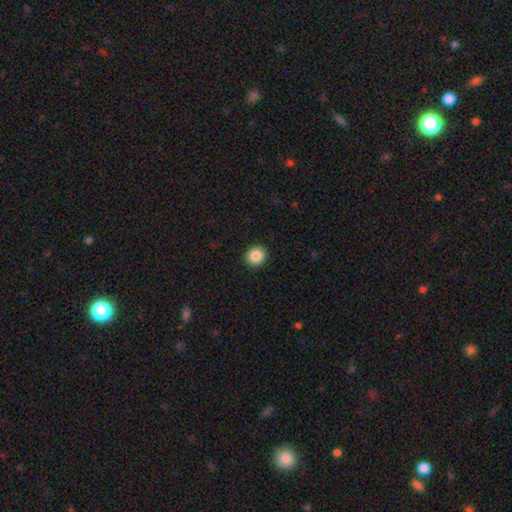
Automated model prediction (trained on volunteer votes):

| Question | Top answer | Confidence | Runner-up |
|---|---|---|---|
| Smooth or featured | smooth | 87% | star or artifact (9%) |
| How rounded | round | 90% | in between (9%) |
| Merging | none | 92% | minor disturbance (5%) |